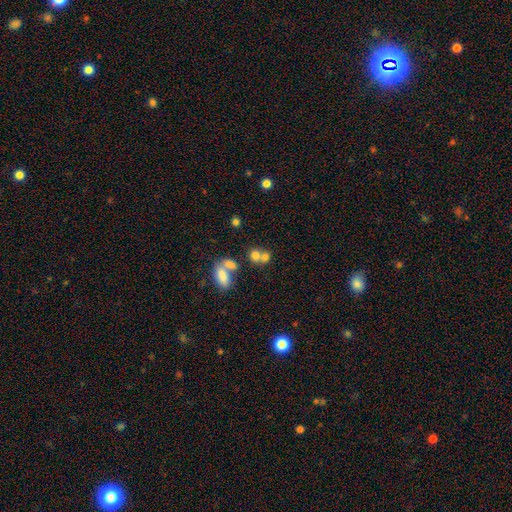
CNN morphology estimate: Smooth or featured? Predicted: smooth (p=0.72). How rounded? Predicted: round (p=0.64). Merging? Predicted: merger (p=0.54).